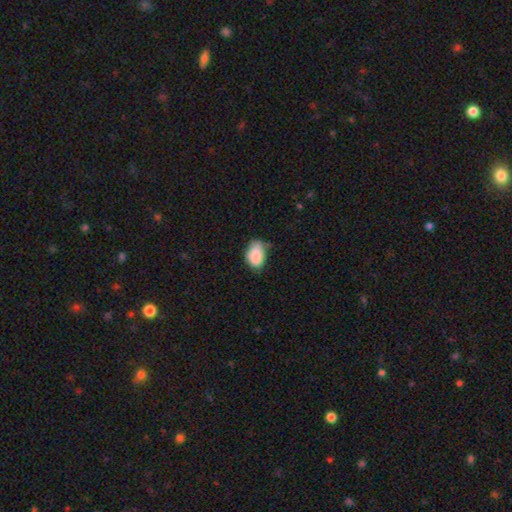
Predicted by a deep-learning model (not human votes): Overall: smooth (85%). How rounded: in between (83%). Merging: none (46%; minor disturbance 42%).